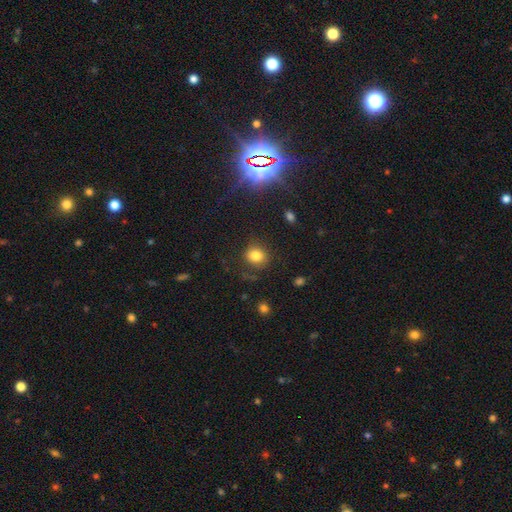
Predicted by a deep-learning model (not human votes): The model was most divided on "how rounded": round: 76%, in between: 23%, cigar-shaped: 1%. More confident: merging — none (81%); smooth or featured — smooth (80%).